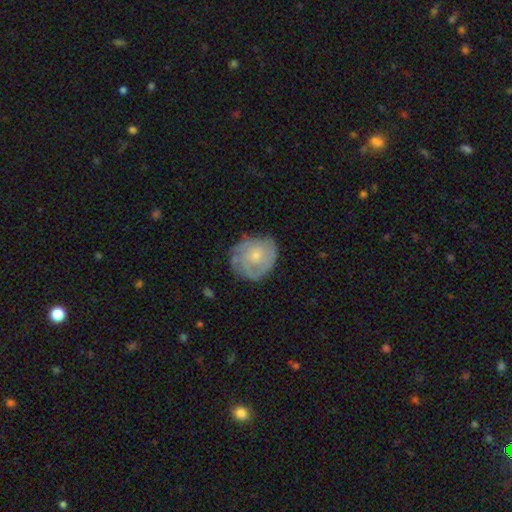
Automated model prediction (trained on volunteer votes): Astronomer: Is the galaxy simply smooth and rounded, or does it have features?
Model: featured or disk — 54% (runner-up: smooth, 39%).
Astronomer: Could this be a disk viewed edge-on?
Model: no — 97%.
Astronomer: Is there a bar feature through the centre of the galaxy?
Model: no — 80%.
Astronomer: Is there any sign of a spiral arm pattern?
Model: yes — 67%.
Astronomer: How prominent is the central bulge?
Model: small — 64%.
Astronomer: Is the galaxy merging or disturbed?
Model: none — 63%.